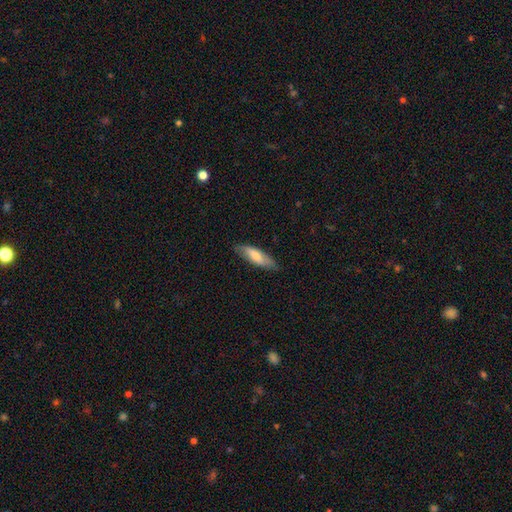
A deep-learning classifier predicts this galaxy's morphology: Q: Smooth or featured?
A: smooth (68%); runner-up: featured or disk (26%)
Q: How rounded?
A: cigar-shaped (50%); runner-up: in between (49%)
Q: Merging?
A: none (81%); runner-up: minor disturbance (15%)